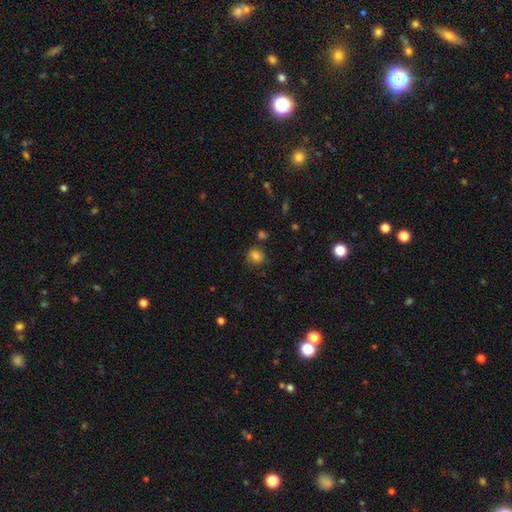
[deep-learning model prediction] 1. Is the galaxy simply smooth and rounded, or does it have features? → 80% smooth, 12% star or artifact, 7% featured or disk.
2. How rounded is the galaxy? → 74% round, 25% in between, 1% cigar-shaped.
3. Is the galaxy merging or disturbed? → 74% none, 16% minor disturbance, 5% major disturbance, 5% merger.